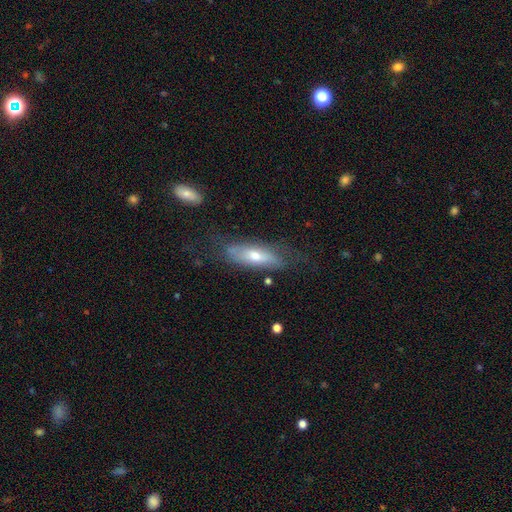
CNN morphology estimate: Overall: smooth (52%; featured or disk 41%). How rounded: in between (58%; cigar-shaped 40%). Merging: none (63%; minor disturbance 24%).